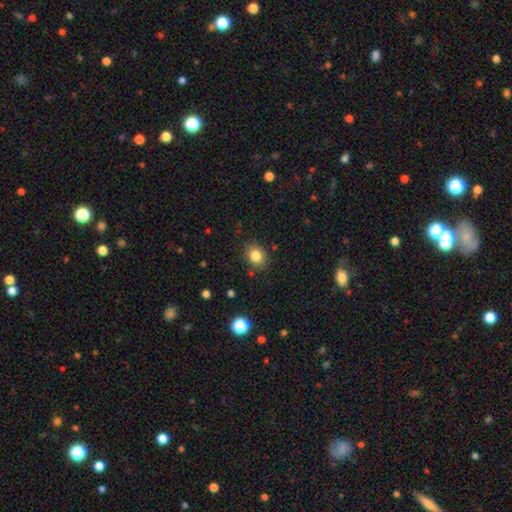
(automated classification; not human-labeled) A smooth galaxy with no disk features (83%) that is round (58%).

Vote fractions:
- Smooth or featured? smooth: 83% / star or artifact: 11% / featured or disk: 7%
- How rounded? round: 58% / in between: 41% / cigar-shaped: 1%
- Merging? none: 84% / minor disturbance: 11% / major disturbance: 3% / merger: 2%